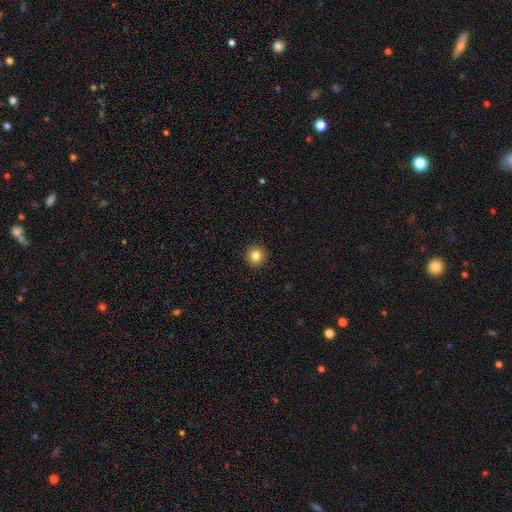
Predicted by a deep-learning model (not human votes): This appears to be a smooth galaxy with no disk features (83%) that is round (93%). Merging: none (92%).